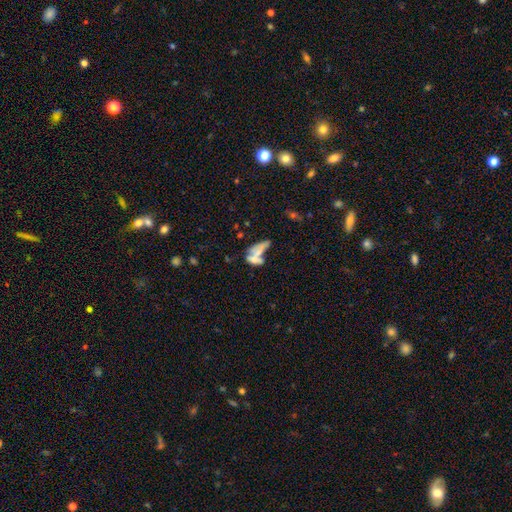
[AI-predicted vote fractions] Morphology: type=smooth (54%); roundness=in between (71%); merging=merger (58%).